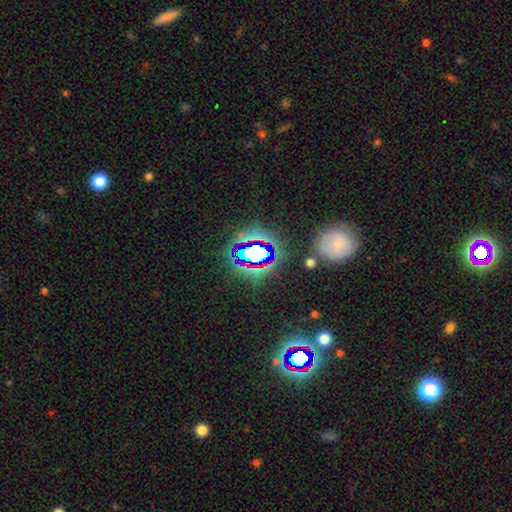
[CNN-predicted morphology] smooth_or_featured: star or artifact (p=0.67) [alt: smooth p=0.21]